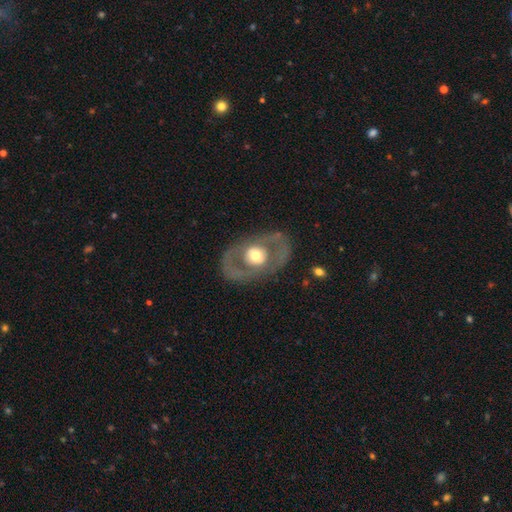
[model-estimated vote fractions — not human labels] Smooth or featured: featured or disk — 64% (smooth — 31%)
Edge-on disk: no — 91% (yes — 9%)
Bar: no — 78% (weak — 15%)
Spiral arms: no — 77% (yes — 23%)
Bulge size: moderate — 57% (large — 33%)
Merging: none — 79% (minor disturbance — 11%)